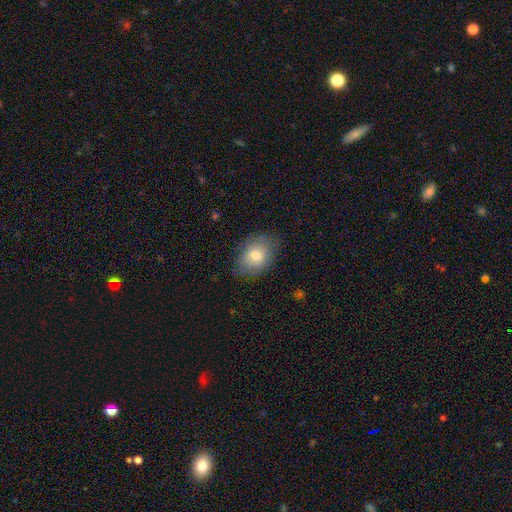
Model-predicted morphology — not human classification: Overall: smooth (75%). How rounded: in between (73%). Merging: none (80%).